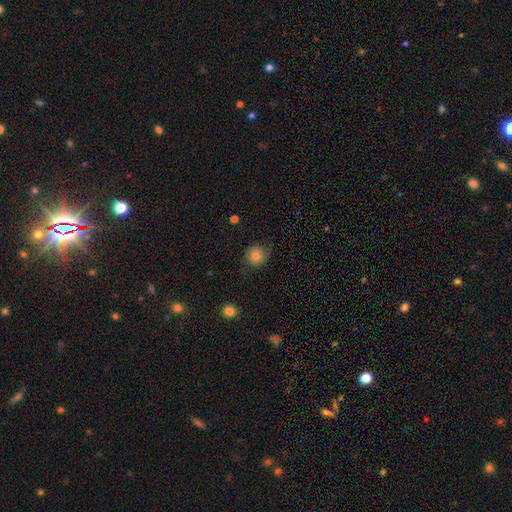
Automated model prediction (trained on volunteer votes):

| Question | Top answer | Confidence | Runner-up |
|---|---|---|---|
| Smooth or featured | smooth | 74% | featured or disk (17%) |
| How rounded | round | 87% | in between (12%) |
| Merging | none | 67% | minor disturbance (22%) |